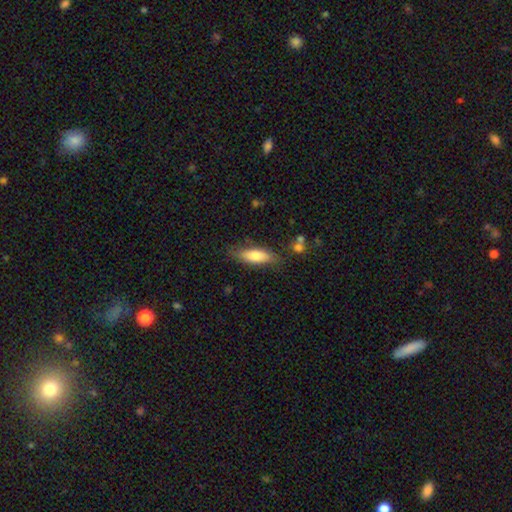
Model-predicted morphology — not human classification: Smooth or featured? smooth (72%)
How rounded? in between (60%)
Merging? none (76%)